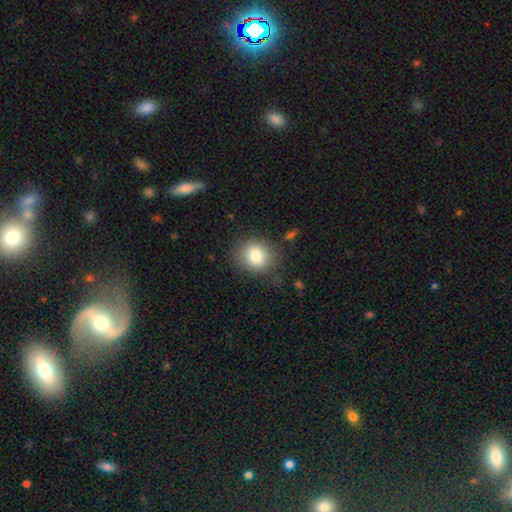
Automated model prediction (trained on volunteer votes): Overall: smooth (84%). How rounded: round (65%; in between 34%). Merging: none (78%).